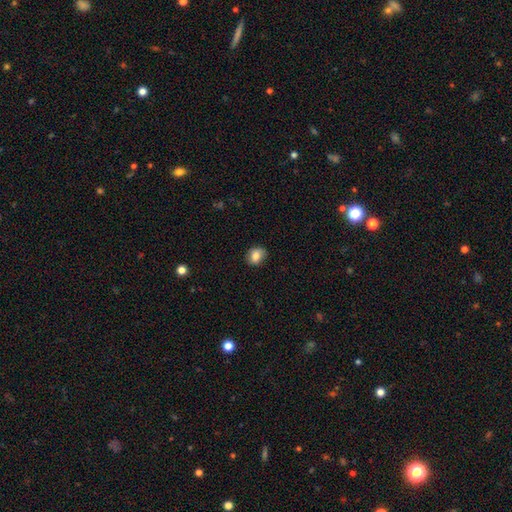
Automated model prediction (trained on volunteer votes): Smooth or featured?
  - smooth: 80% *
  - featured or disk: 11%
  - star or artifact: 9%
How rounded?
  - round: 50% *
  - in between: 49%
  - cigar-shaped: 1%
Merging?
  - none: 81% *
  - minor disturbance: 15%
  - major disturbance: 3%
  - merger: 1%